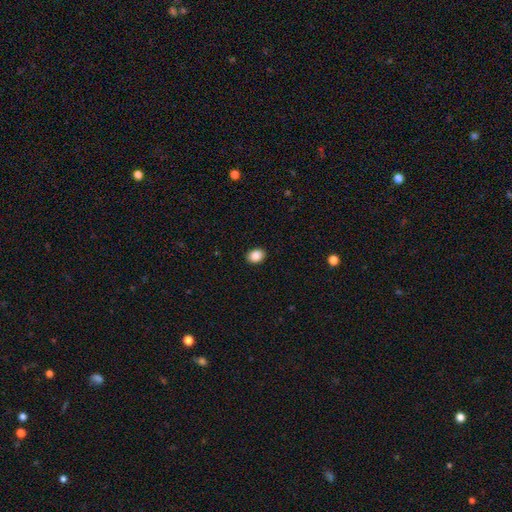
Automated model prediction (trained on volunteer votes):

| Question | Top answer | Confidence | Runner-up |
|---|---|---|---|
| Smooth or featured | smooth | 89% | star or artifact (8%) |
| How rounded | in between | 62% | round (37%) |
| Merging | none | 90% | minor disturbance (7%) |